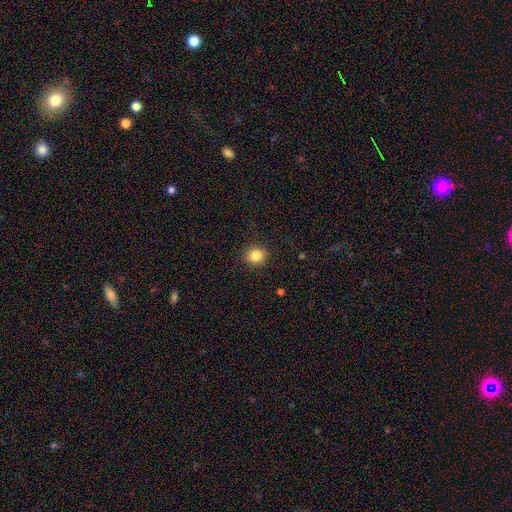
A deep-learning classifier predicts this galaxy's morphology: Overall: smooth (83%). How rounded: round (90%). Merging: none (92%).